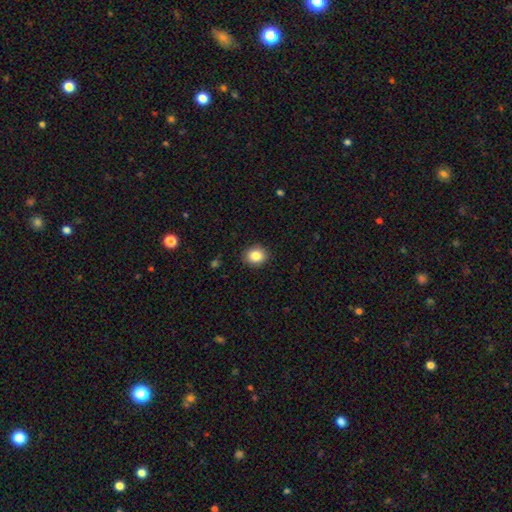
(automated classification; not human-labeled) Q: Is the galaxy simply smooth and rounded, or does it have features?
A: smooth — 85%.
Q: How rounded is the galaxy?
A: round — 71%.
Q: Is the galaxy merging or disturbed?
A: none — 90%.